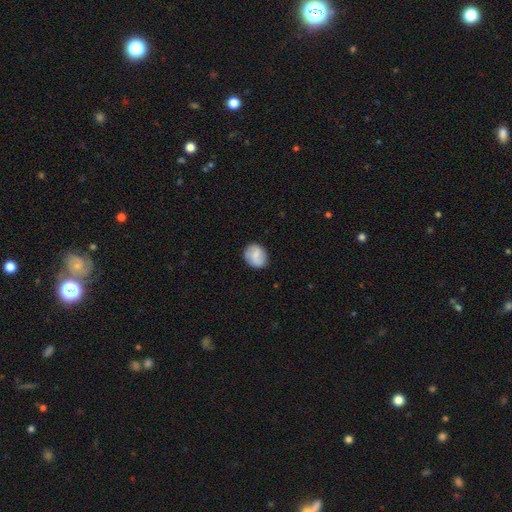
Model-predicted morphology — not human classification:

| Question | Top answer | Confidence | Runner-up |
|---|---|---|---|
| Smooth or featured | smooth | 62% | featured or disk (31%) |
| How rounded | round | 65% | in between (34%) |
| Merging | none | 83% | minor disturbance (12%) |